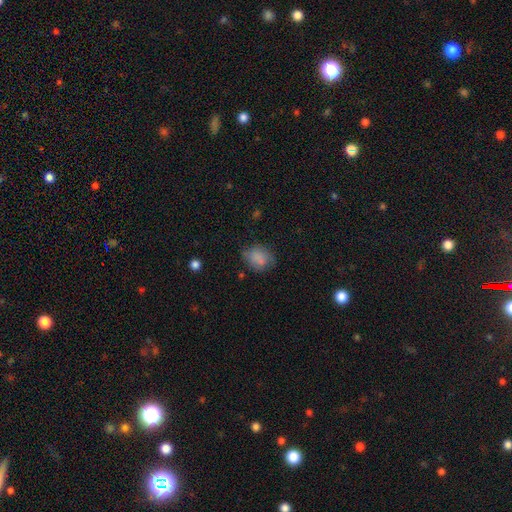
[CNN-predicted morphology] Smooth or featured? Predicted: smooth (p=0.80). How rounded? Predicted: round (p=0.52). Merging? Predicted: none (p=0.63).